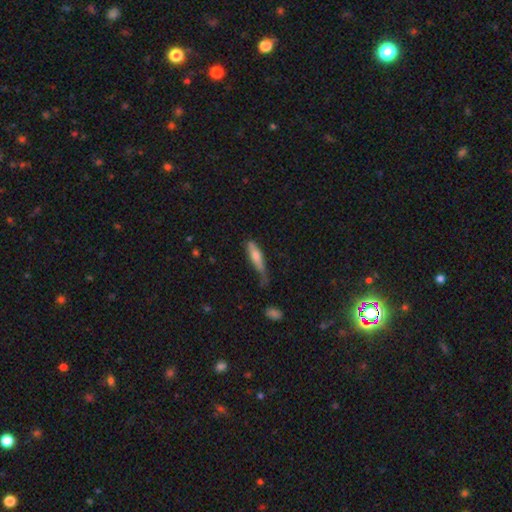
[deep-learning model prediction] This appears to be a smooth galaxy with no disk features (62%) that is cigar-shaped (77%). Merging: none (42%).